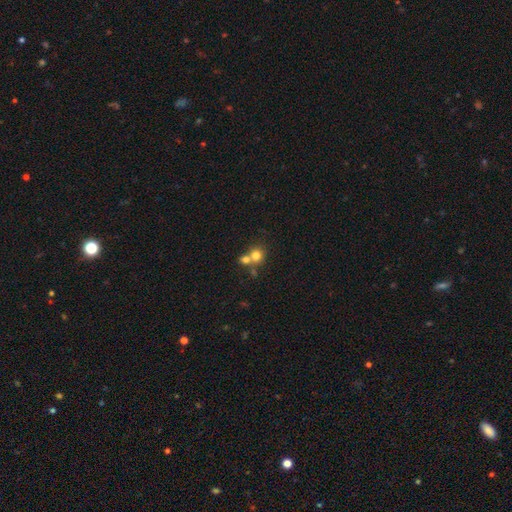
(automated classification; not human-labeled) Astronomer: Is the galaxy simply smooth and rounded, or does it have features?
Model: smooth — 75%.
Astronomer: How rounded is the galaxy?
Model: round — 84%.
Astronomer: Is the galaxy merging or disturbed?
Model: merger — 50% (runner-up: none, 41%).